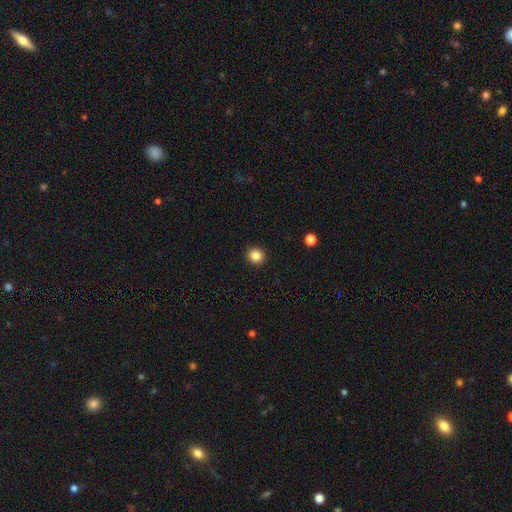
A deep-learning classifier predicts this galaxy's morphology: smooth-or-featured: smooth: 85% | star or artifact: 10% | featured or disk: 4%
  how-rounded: round: 91% | in between: 9% | cigar-shaped: 1%
  merging: none: 93% | minor disturbance: 5% | major disturbance: 2% | merger: 1%